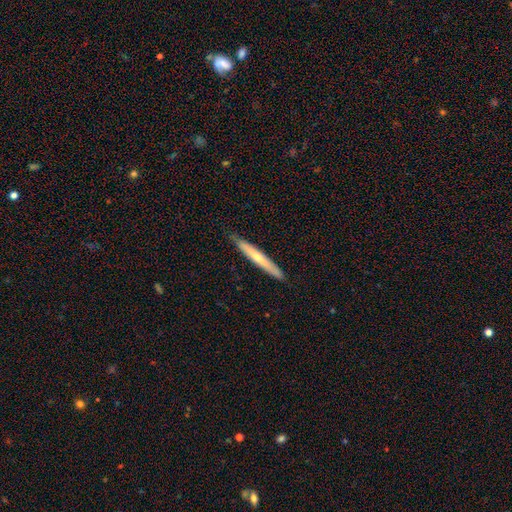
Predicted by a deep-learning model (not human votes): smooth 49%, featured or disk 45%, star or artifact 6%. Down the decision tree: merging — none (87%).